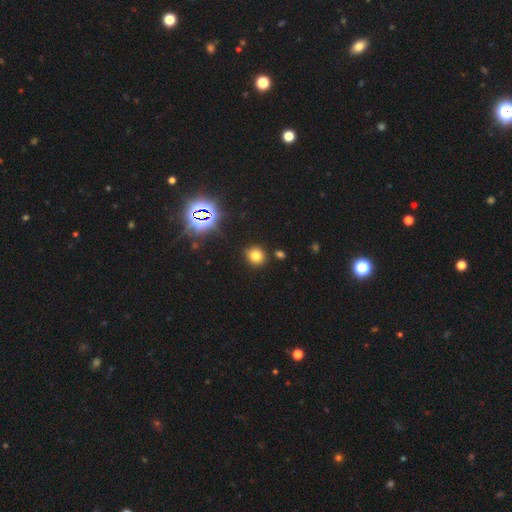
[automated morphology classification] smooth-or-featured: smooth: 73% | star or artifact: 19% | featured or disk: 7%
  how-rounded: round: 85% | in between: 14% | cigar-shaped: 1%
  merging: none: 87% | minor disturbance: 7% | merger: 4% | major disturbance: 2%